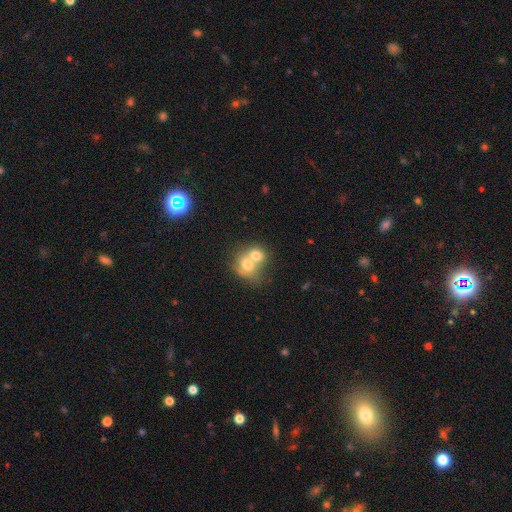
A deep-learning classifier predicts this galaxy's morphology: A smooth galaxy with no disk features (70%) that is round (64%). Merging: merger (74%).